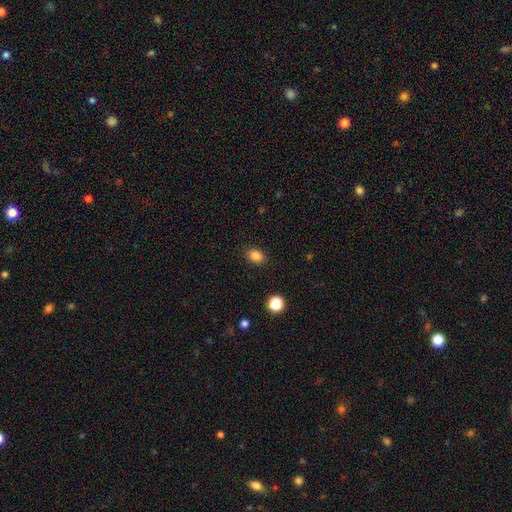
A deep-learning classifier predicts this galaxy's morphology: Smooth or featured: smooth — 84% (star or artifact — 11%)
How rounded: in between — 63% (round — 36%)
Merging: none — 88% (minor disturbance — 8%)